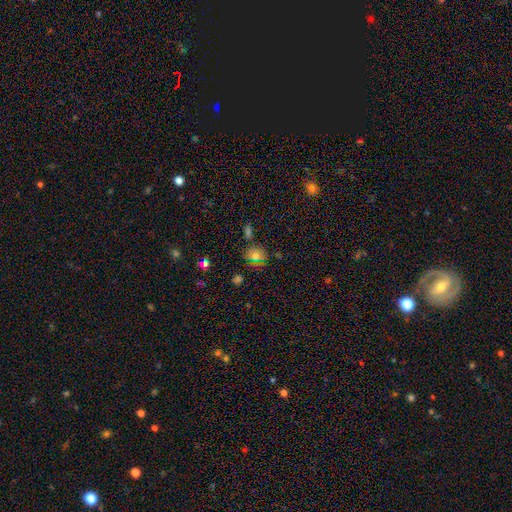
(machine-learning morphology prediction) Q: Smooth or featured?
A: smooth (64%); runner-up: star or artifact (21%)
Q: How rounded?
A: round (80%); runner-up: in between (19%)
Q: Merging?
A: none (71%); runner-up: minor disturbance (17%)